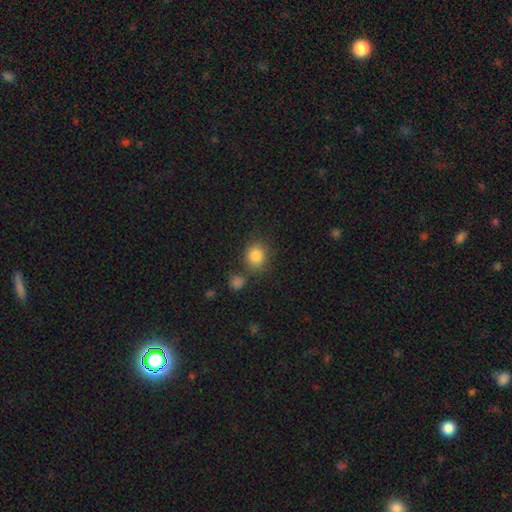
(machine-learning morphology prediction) Smooth or featured: smooth — 84% (star or artifact — 10%)
How rounded: round — 78% (in between — 21%)
Merging: none — 72% (minor disturbance — 12%)